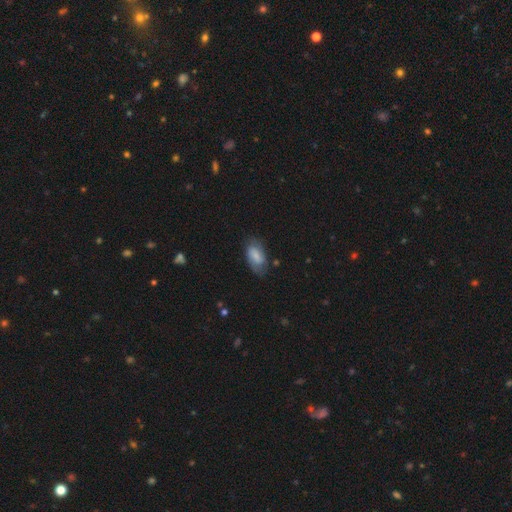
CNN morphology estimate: type=smooth (58%); roundness=in between (91%); merging=none (65%).